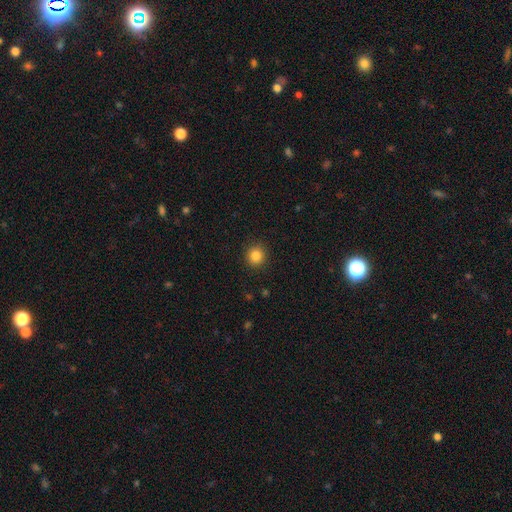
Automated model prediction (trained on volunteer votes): A smooth galaxy with no disk features (85%) that is round (91%).

Vote fractions:
- Smooth or featured? smooth: 85% / star or artifact: 11% / featured or disk: 4%
- How rounded? round: 91% / in between: 8% / cigar-shaped: 1%
- Merging? none: 91% / minor disturbance: 6% / major disturbance: 2% / merger: 1%